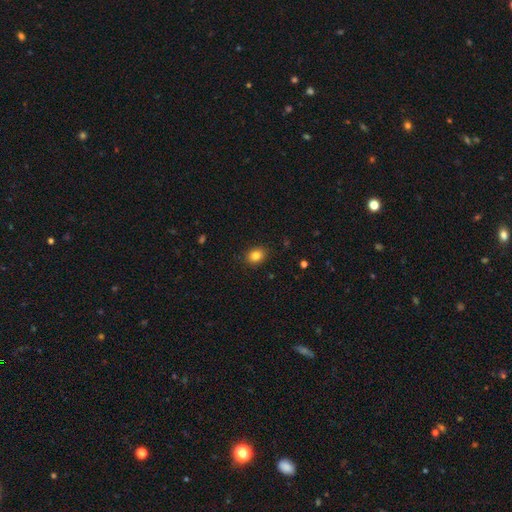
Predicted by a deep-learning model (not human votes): This appears to be a smooth galaxy with no disk features (83%) that is in between round and cigar-shaped (55%). Merging: none (89%).